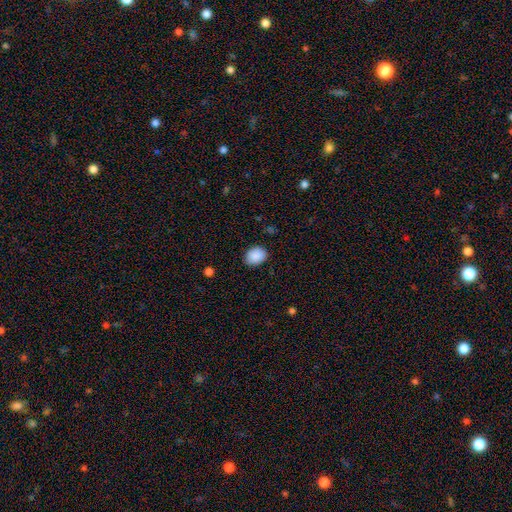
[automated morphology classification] smooth-or-featured: smooth: 90% | star or artifact: 7% | featured or disk: 3%
  how-rounded: in between: 61% | round: 38% | cigar-shaped: 1%
  merging: none: 85% | minor disturbance: 11% | major disturbance: 2% | merger: 1%